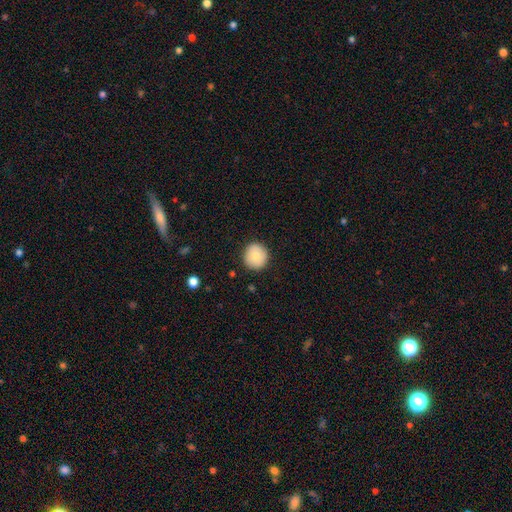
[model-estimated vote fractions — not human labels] The model was most divided on "smooth or featured": smooth: 78%, featured or disk: 14%, star or artifact: 8%. More confident: how rounded — round (92%); merging — none (89%).